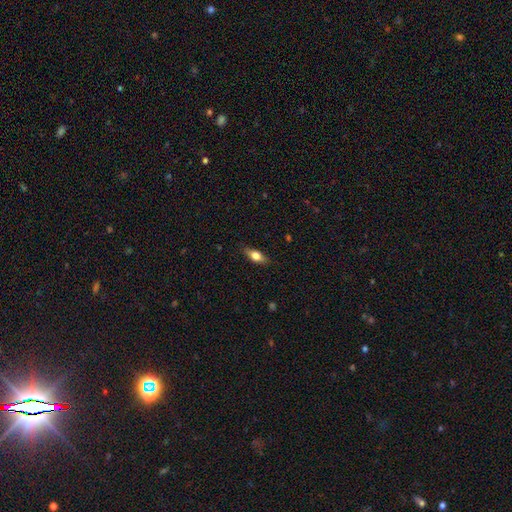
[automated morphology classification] Smooth or featured: smooth — 67% (featured or disk — 26%)
How rounded: in between — 74% (cigar-shaped — 22%)
Merging: none — 84% (minor disturbance — 12%)